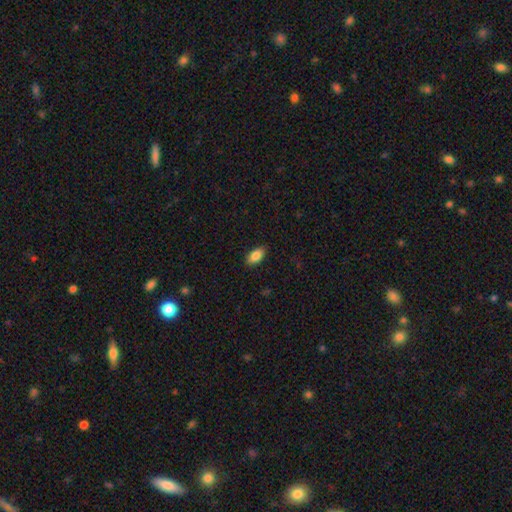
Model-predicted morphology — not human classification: A smooth galaxy with no disk features (87%) that is in between round and cigar-shaped (92%).

Vote fractions:
- Smooth or featured? smooth: 87% / star or artifact: 7% / featured or disk: 6%
- How rounded? in between: 92% / cigar-shaped: 5% / round: 3%
- Merging? none: 88% / minor disturbance: 9% / major disturbance: 2% / merger: 1%